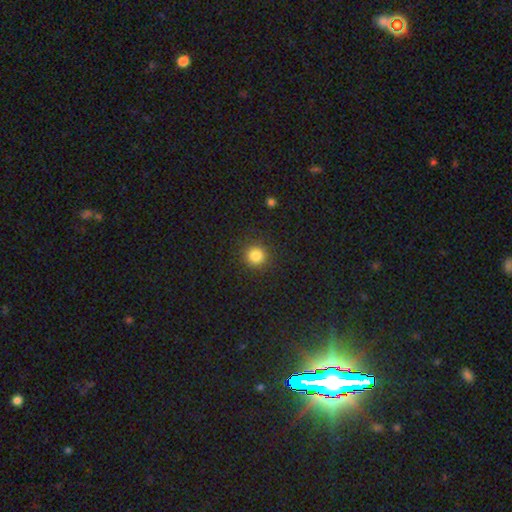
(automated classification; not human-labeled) Q: Smooth or featured?
A: smooth (84%); runner-up: star or artifact (12%)
Q: How rounded?
A: round (94%); runner-up: in between (5%)
Q: Merging?
A: none (91%); runner-up: minor disturbance (6%)